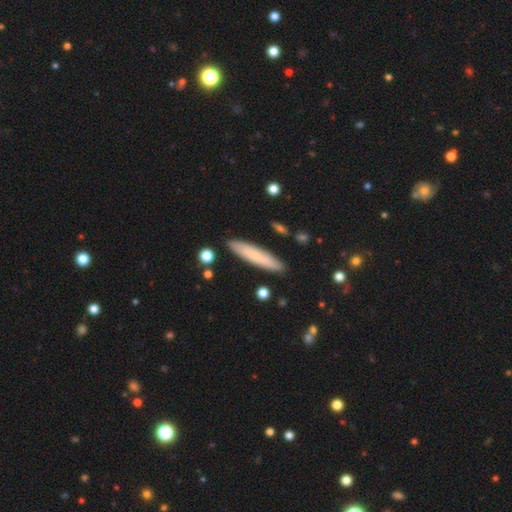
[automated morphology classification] Overall: smooth (74%). How rounded: cigar-shaped (88%). Merging: none (89%).